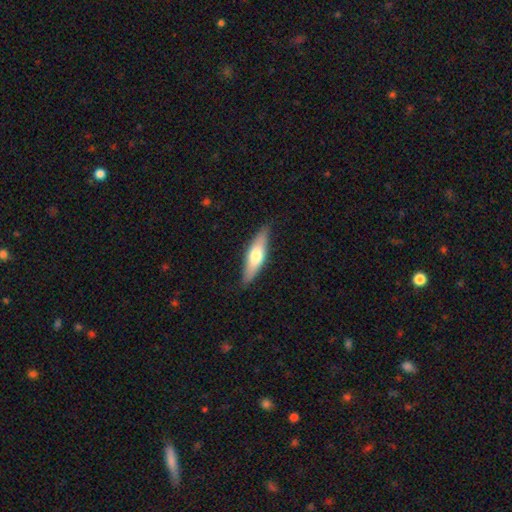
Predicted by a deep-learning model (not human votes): smooth 56%, featured or disk 39%, star or artifact 5%. Down the decision tree: how rounded — cigar-shaped (59%); merging — none (85%).